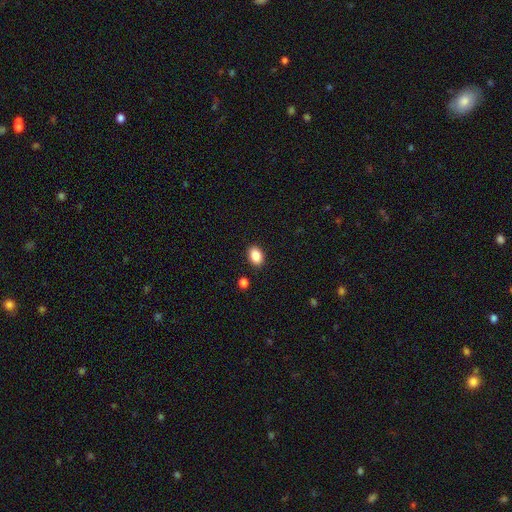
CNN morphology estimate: This appears to be a smooth galaxy with no disk features (88%) that is in between round and cigar-shaped (81%). Merging: none (88%).